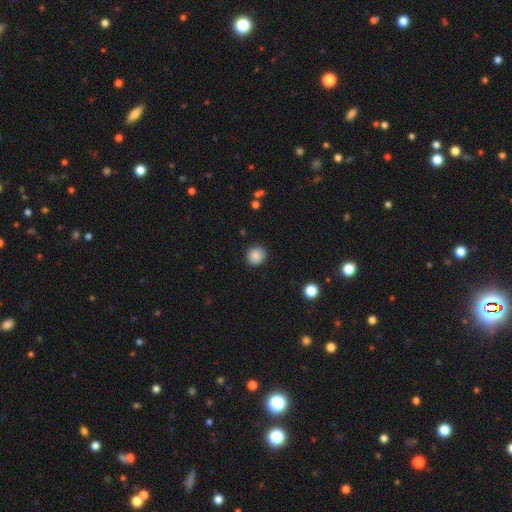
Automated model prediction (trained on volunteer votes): Smooth or featured? smooth (88%)
How rounded? round (89%)
Merging? none (89%)